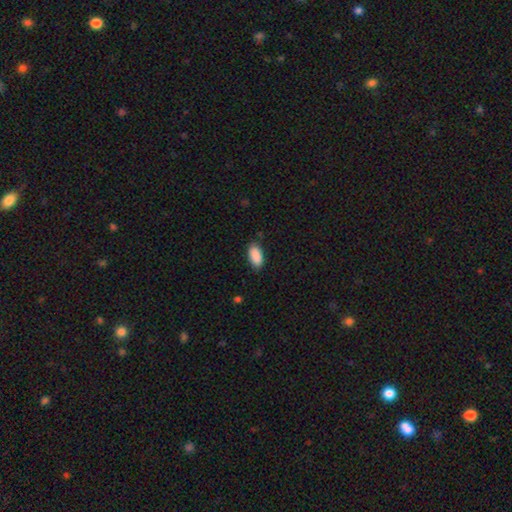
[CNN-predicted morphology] Smooth or featured? Predicted: smooth (p=0.90). How rounded? Predicted: in between (p=0.93). Merging? Predicted: none (p=0.83).